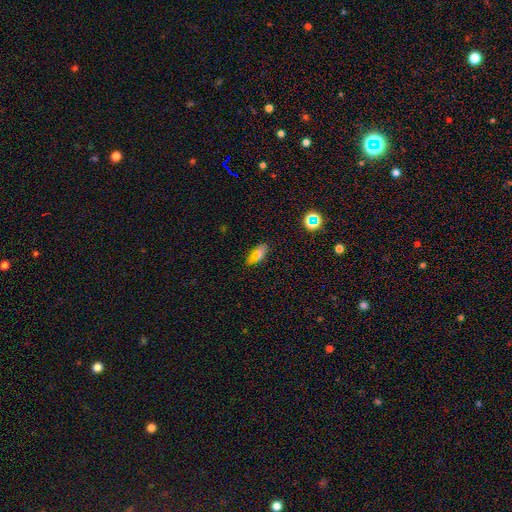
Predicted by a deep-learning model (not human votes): The model was most divided on "smooth or featured": smooth: 71%, star or artifact: 17%, featured or disk: 12%. More confident: how rounded — in between (84%); merging — none (80%).